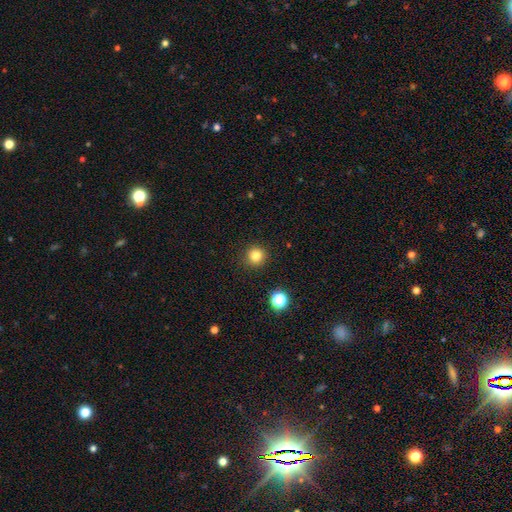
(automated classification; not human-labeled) Smooth or featured: smooth — 82% (star or artifact — 13%)
How rounded: round — 92% (in between — 7%)
Merging: none — 90% (minor disturbance — 6%)